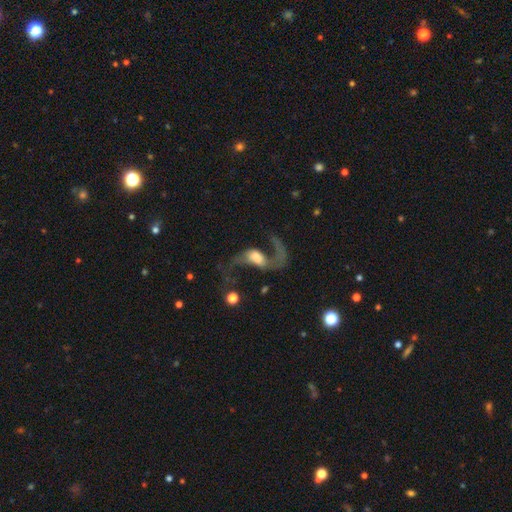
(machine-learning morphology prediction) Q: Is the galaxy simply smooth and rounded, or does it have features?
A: featured or disk — 76%.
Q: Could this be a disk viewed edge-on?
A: no — 95%.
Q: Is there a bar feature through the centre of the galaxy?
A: no — 48%.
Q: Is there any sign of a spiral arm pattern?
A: yes — 88%.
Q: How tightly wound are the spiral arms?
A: loose — 88%.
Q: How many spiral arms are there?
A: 2 — 78%.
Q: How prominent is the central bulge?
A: moderate — 42%.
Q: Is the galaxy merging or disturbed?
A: major disturbance — 40%.